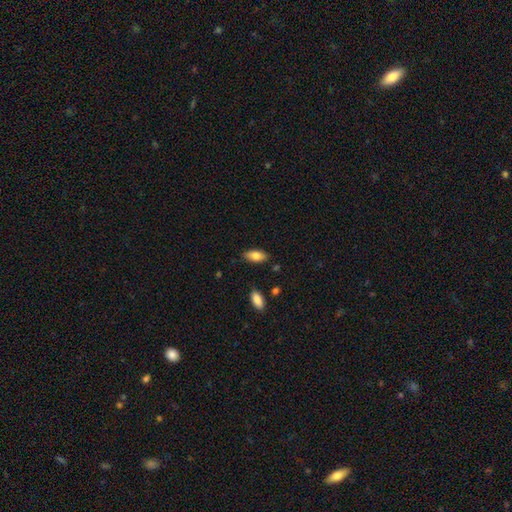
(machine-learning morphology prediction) A smooth galaxy with no disk features (82%) that is in between round and cigar-shaped (88%). Merging: none (84%).